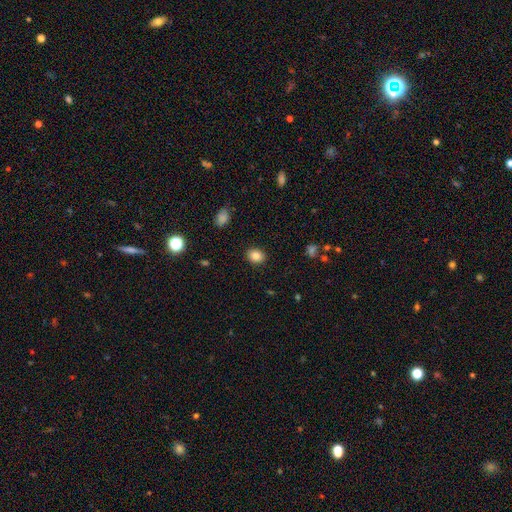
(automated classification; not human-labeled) The model was most divided on "how rounded": round: 52%, in between: 47%, cigar-shaped: 1%. More confident: merging — none (89%); smooth or featured — smooth (85%).